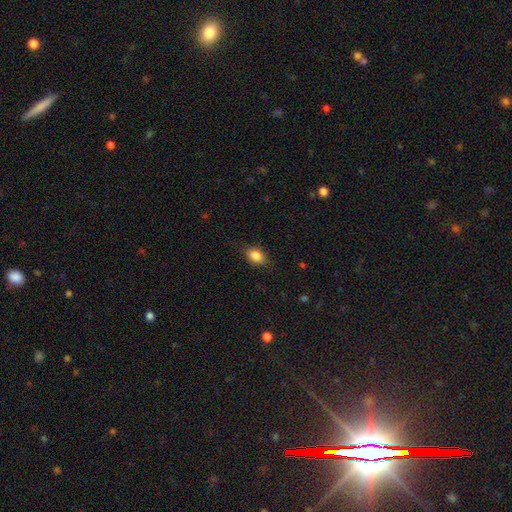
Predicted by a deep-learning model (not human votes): A smooth galaxy with no disk features (85%) that is in between round and cigar-shaped (77%). Merging: none (79%).